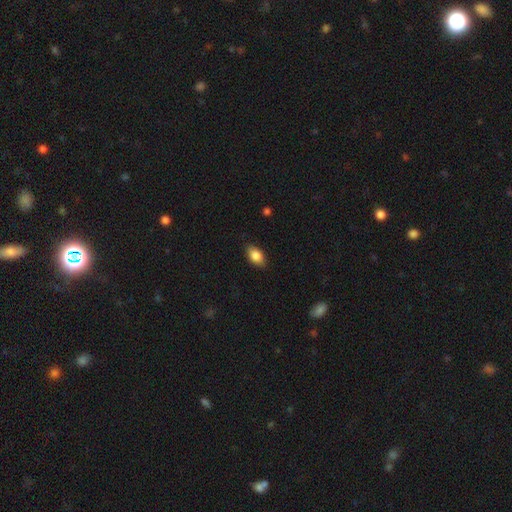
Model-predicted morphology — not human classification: smooth-or-featured: smooth: 84% | featured or disk: 9% | star or artifact: 7%
  how-rounded: in between: 90% | round: 7% | cigar-shaped: 3%
  merging: none: 86% | minor disturbance: 11% | major disturbance: 2% | merger: 1%